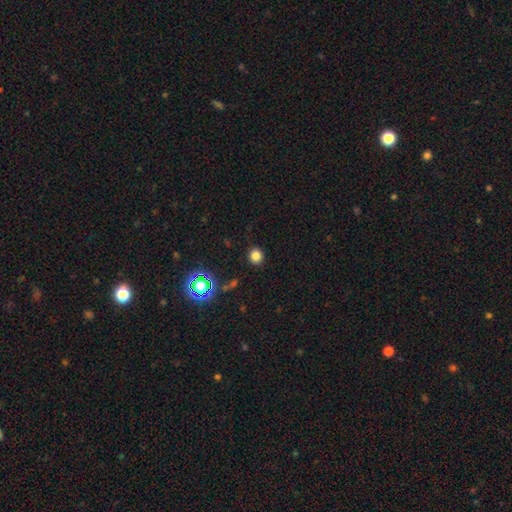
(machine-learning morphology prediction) smooth-or-featured: smooth: 80% | star or artifact: 16% | featured or disk: 5%
  how-rounded: round: 85% | in between: 14% | cigar-shaped: 1%
  merging: none: 90% | minor disturbance: 7% | major disturbance: 2% | merger: 1%